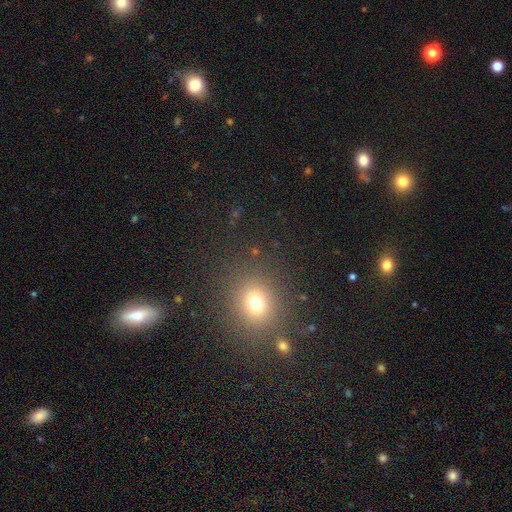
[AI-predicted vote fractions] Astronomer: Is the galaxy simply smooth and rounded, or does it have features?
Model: smooth — 57% (runner-up: star or artifact, 34%).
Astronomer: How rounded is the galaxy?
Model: round — 76%.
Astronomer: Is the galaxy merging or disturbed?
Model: none — 85%.